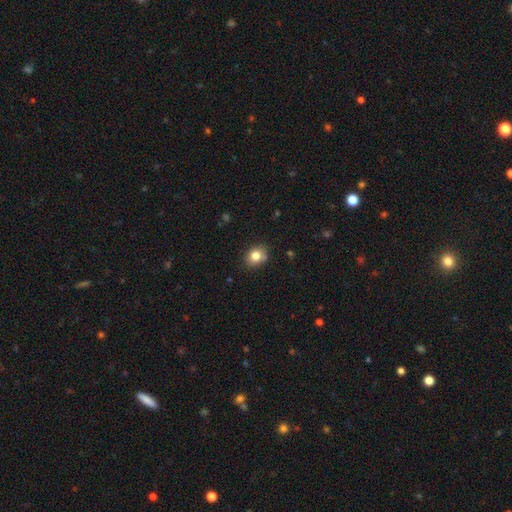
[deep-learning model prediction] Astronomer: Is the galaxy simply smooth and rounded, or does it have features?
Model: smooth — 81%.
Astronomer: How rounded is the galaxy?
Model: round — 53% (runner-up: in between, 46%).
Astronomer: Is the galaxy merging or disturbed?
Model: none — 81%.